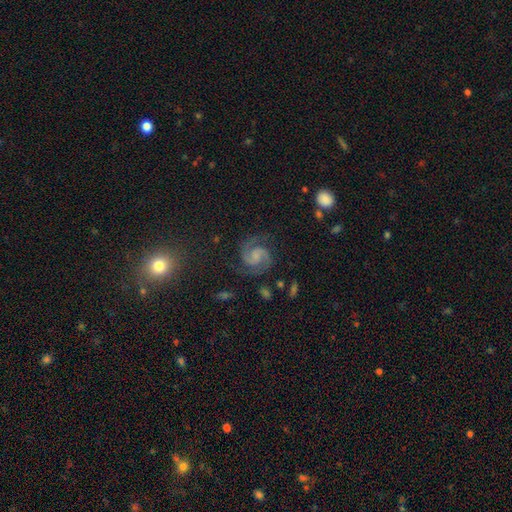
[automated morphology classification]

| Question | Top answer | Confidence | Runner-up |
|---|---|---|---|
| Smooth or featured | featured or disk | 88% | star or artifact (6%) |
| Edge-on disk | no | 98% | yes (2%) |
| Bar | no | 49% | weak (41%) |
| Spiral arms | yes | 98% | no (2%) |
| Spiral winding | medium | 59% | tight (28%) |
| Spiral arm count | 2 | 93% | can't tell (2%) |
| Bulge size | none | 46% | small (28%) |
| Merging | none | 78% | minor disturbance (14%) |